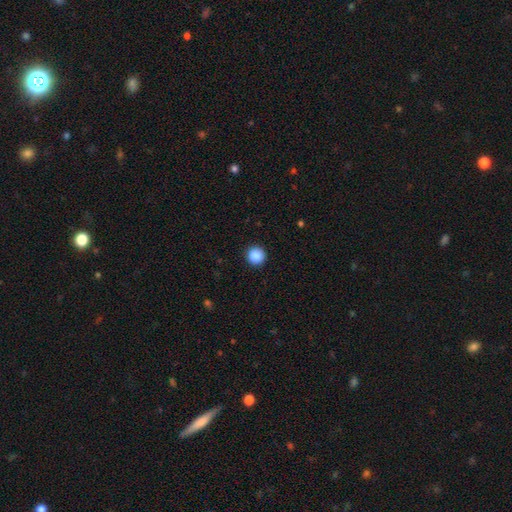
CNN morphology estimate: Q: Smooth or featured?
A: smooth (88%); runner-up: star or artifact (9%)
Q: How rounded?
A: round (95%); runner-up: in between (4%)
Q: Merging?
A: none (92%); runner-up: minor disturbance (5%)